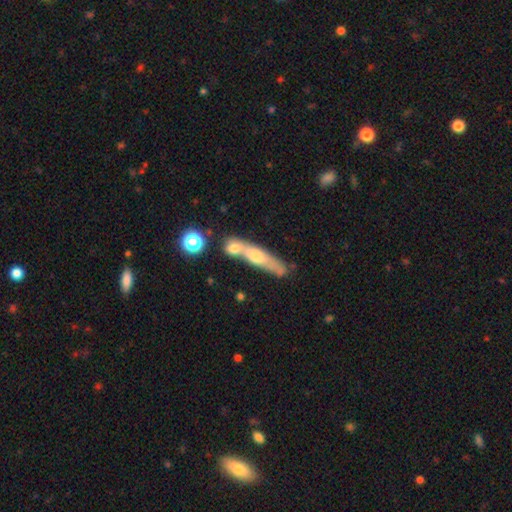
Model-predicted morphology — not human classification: featured or disk 46% (tied), smooth 46% (tied), star or artifact 8%. Down the decision tree: merging — none (46%).